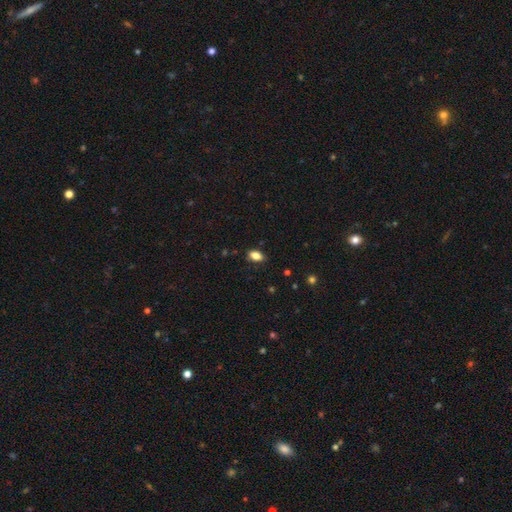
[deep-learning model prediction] The model was most divided on "merging": none: 84%, minor disturbance: 13%, major disturbance: 2%, merger: 1%. More confident: how rounded — in between (89%); smooth or featured — smooth (85%).